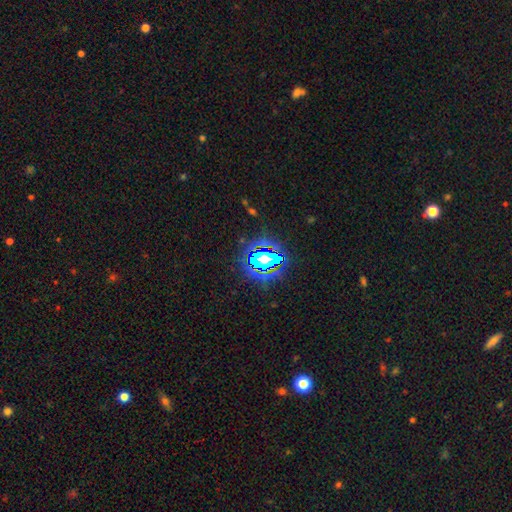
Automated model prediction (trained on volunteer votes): Smooth or featured?
  - star or artifact: 68% *
  - smooth: 19%
  - featured or disk: 13%